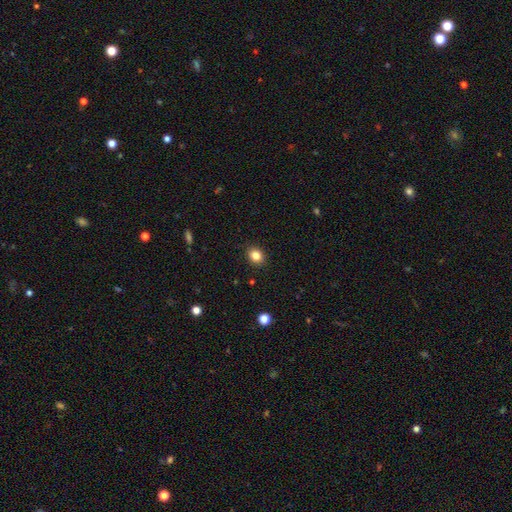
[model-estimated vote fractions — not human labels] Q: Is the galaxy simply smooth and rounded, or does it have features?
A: smooth — 84%.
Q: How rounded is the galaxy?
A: round — 58%.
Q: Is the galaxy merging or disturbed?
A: none — 90%.